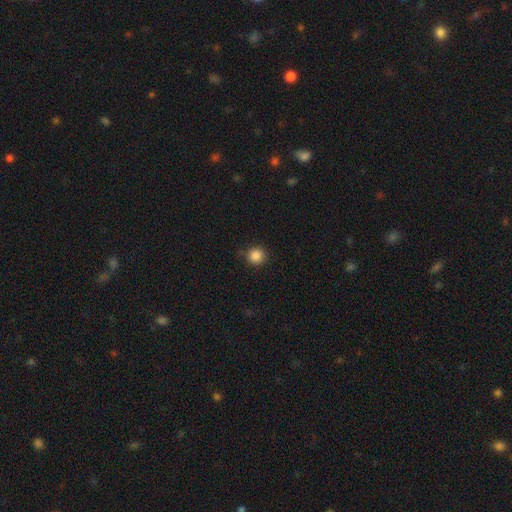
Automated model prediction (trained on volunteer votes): Morphology: type=smooth (86%); roundness=round (93%); merging=none (87%).